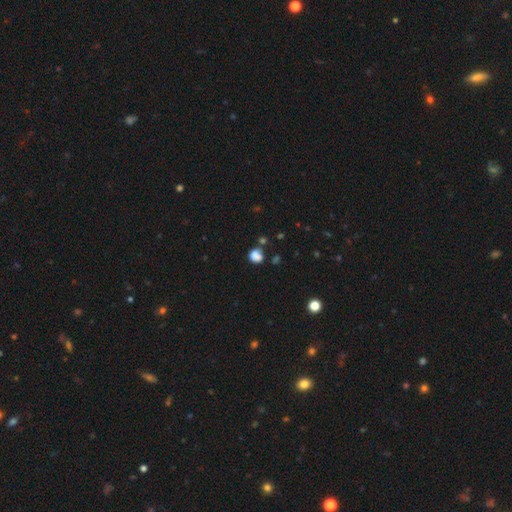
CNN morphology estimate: This is likely a smooth galaxy (79%). How rounded: likely round (68%). Merging: possibly none (55%).